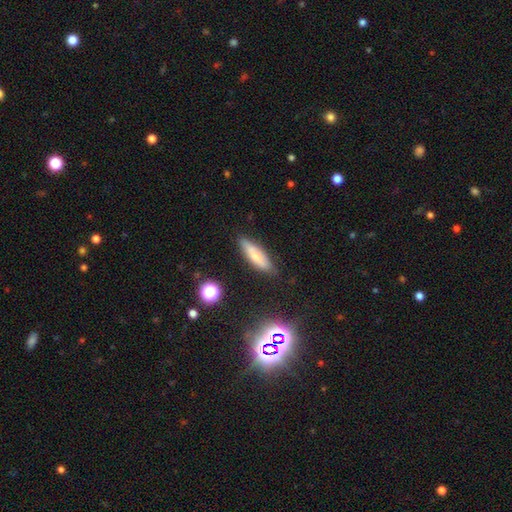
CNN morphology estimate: smooth-or-featured: smooth: 67% | featured or disk: 24% | star or artifact: 9%
  how-rounded: cigar-shaped: 59% | in between: 39% | round: 2%
  merging: none: 81% | minor disturbance: 14% | major disturbance: 3% | merger: 2%